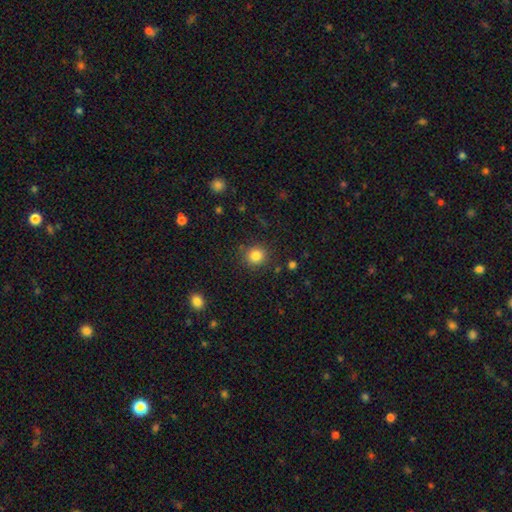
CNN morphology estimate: smooth 83%, star or artifact 11%, featured or disk 5%. Down the decision tree: how rounded — round (89%); merging — none (87%).